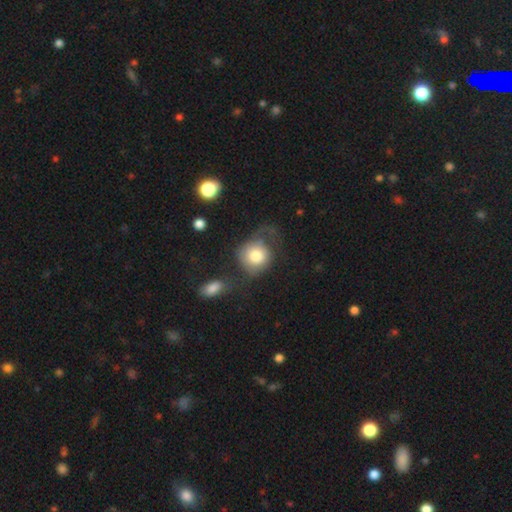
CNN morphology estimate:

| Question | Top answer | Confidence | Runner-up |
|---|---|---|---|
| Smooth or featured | smooth | 69% | featured or disk (23%) |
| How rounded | round | 80% | in between (19%) |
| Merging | none | 36% | major disturbance (33%) |